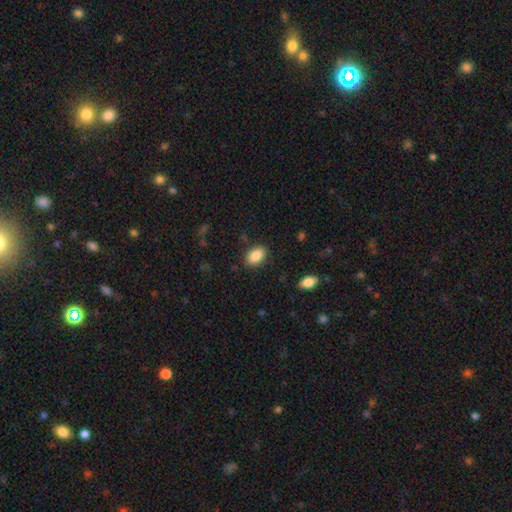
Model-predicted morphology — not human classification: The model was most divided on "merging": none: 86%, minor disturbance: 10%, major disturbance: 3%, merger: 1%. More confident: how rounded — in between (90%); smooth or featured — smooth (87%).